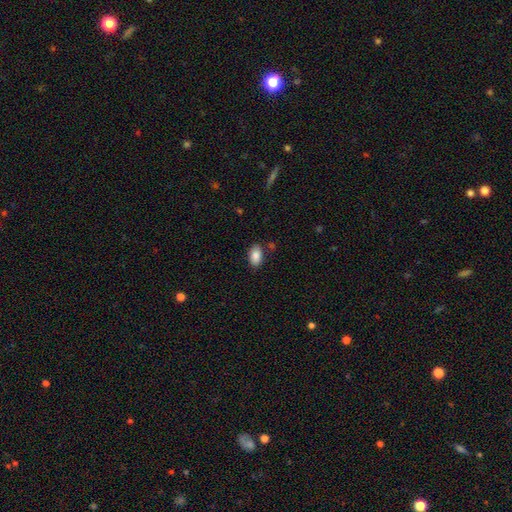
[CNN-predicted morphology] This appears to be a smooth galaxy with no disk features (87%) that is in between round and cigar-shaped (93%). Merging: none (81%).